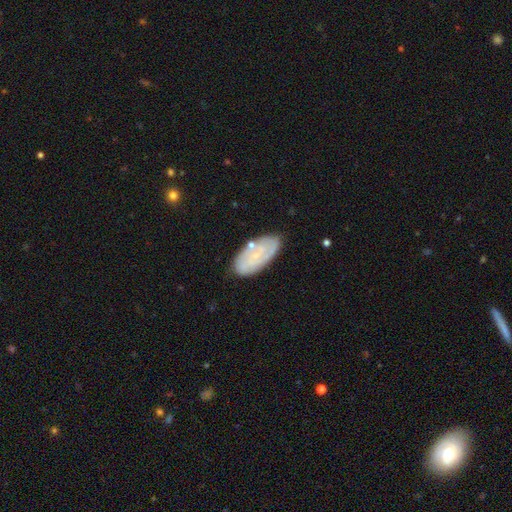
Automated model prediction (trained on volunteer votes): Morphology: type=featured or disk (51%); edge-on=no (91%); merging=none (77%).